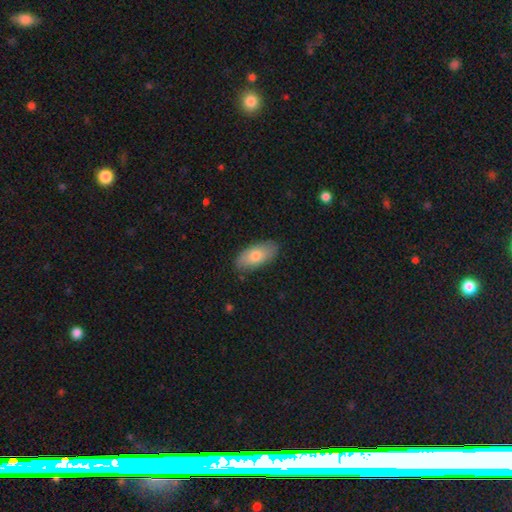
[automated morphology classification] This appears to be a smooth galaxy with no disk features (74%) that is in between round and cigar-shaped (90%). Merging: none (83%).